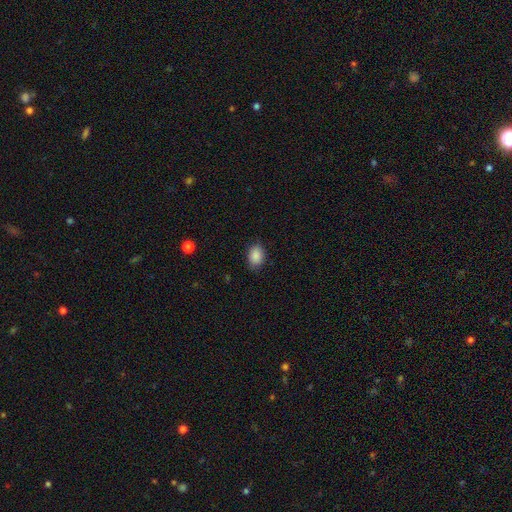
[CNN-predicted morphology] This is clearly a smooth galaxy (88%). How rounded: likely in between (77%). Merging: clearly none (83%).